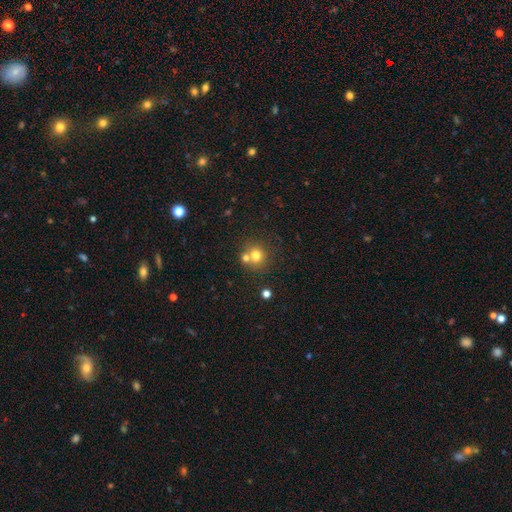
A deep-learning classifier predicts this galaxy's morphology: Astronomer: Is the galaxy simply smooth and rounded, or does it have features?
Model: smooth — 73%.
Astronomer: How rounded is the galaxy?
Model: round — 88%.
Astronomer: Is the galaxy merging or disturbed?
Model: none — 56% (runner-up: merger, 33%).